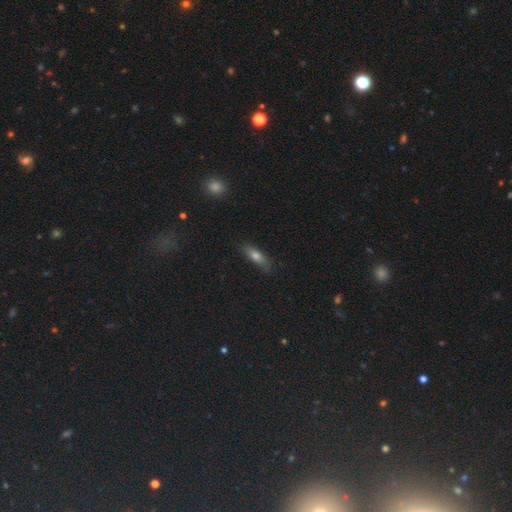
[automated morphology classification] Smooth or featured: smooth — 67% (featured or disk — 22%)
How rounded: cigar-shaped — 48% (tied with in between — 48%)
Merging: none — 80% (minor disturbance — 15%)